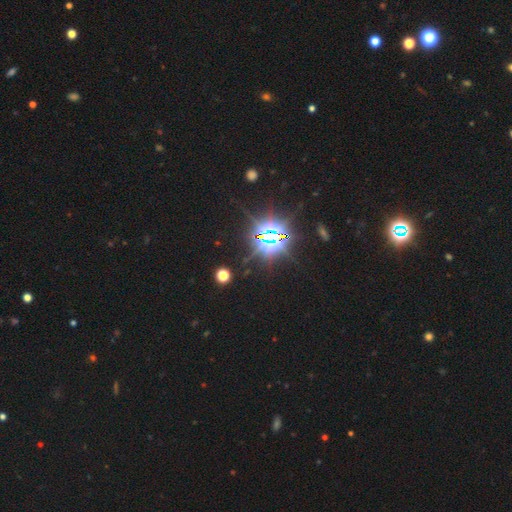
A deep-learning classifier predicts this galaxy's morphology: Smooth or featured: star or artifact — 85% (smooth — 10%)